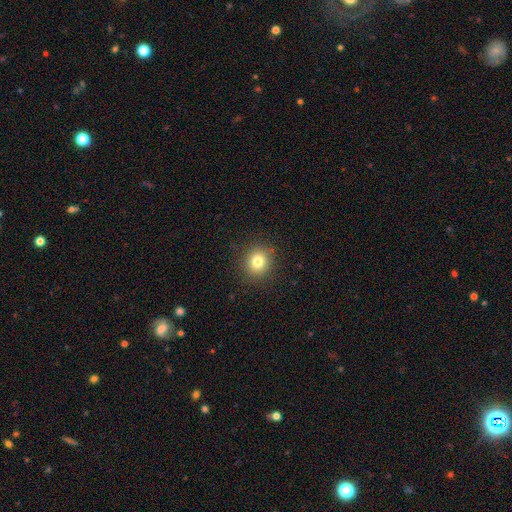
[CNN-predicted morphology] Smooth or featured?
  - smooth: 75% *
  - star or artifact: 19%
  - featured or disk: 6%
How rounded?
  - round: 92% *
  - in between: 7%
  - cigar-shaped: 1%
Merging?
  - none: 92% *
  - minor disturbance: 5%
  - major disturbance: 2%
  - merger: 1%